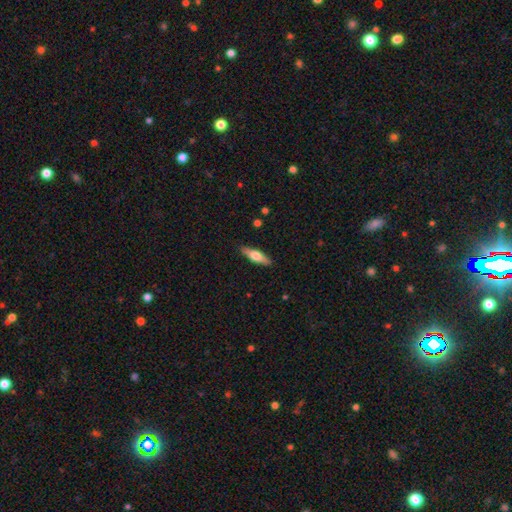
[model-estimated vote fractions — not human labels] Q: Smooth or featured?
A: smooth (50%); runner-up: featured or disk (44%)
Q: How rounded?
A: cigar-shaped (58%); runner-up: in between (40%)
Q: Merging?
A: none (89%); runner-up: minor disturbance (8%)